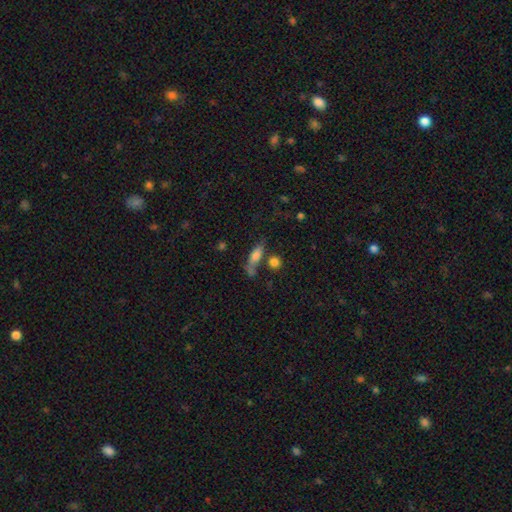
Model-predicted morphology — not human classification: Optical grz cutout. It shows a smooth galaxy with no disk features (63%) that is cigar-shaped (55%). Merging: none (57%).